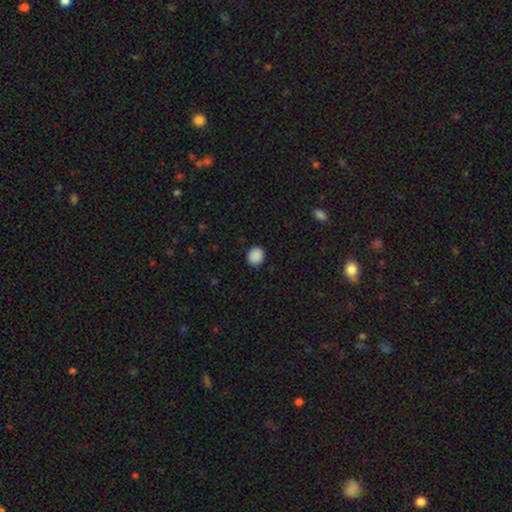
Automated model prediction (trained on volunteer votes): Smooth or featured?
  - smooth: 90% *
  - star or artifact: 8%
  - featured or disk: 2%
How rounded?
  - round: 75% *
  - in between: 24%
  - cigar-shaped: 1%
Merging?
  - none: 91% *
  - minor disturbance: 6%
  - major disturbance: 2%
  - merger: 1%